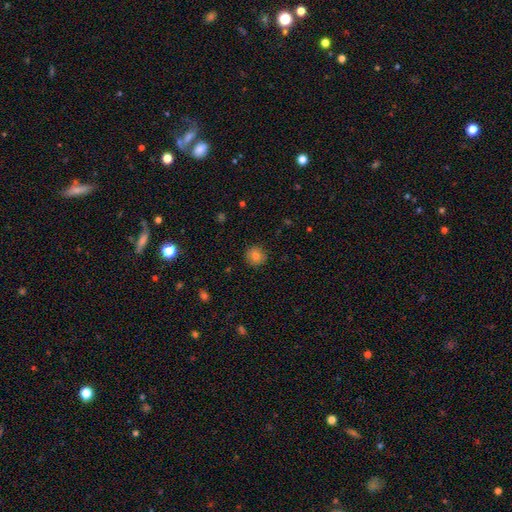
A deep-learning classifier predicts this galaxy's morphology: smooth 82%, star or artifact 10%, featured or disk 8%. Down the decision tree: how rounded — round (93%); merging — none (90%).